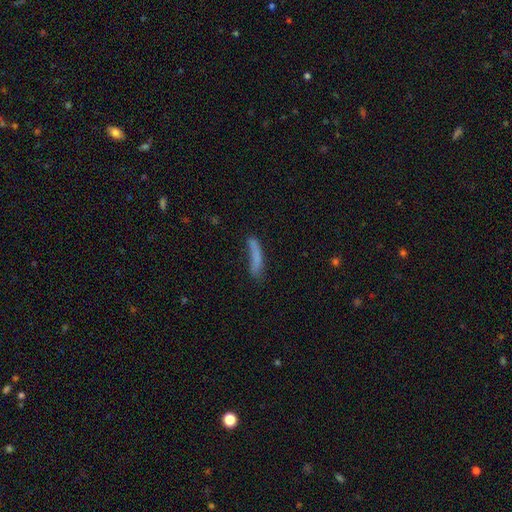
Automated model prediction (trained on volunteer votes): This is likely a smooth galaxy (71%). How rounded: clearly cigar-shaped (85%). Merging: possibly none (52%).